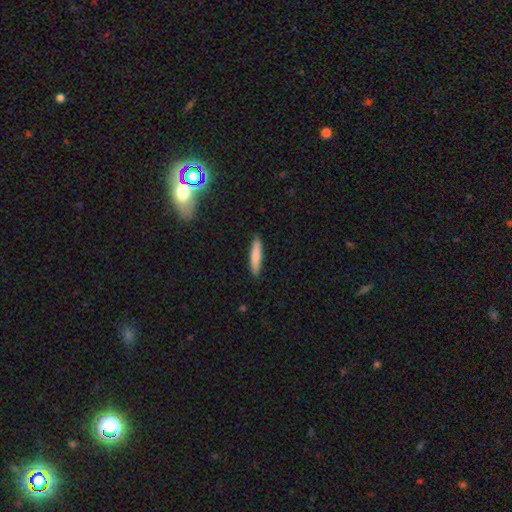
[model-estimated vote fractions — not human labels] Smooth or featured? smooth (79%)
How rounded? cigar-shaped (88%)
Merging? none (90%)